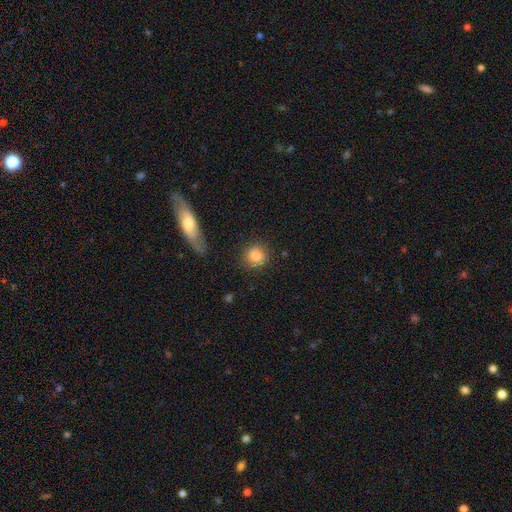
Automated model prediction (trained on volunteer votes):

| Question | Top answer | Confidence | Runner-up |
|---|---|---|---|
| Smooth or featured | smooth | 85% | star or artifact (9%) |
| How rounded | round | 81% | in between (17%) |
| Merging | none | 80% | minor disturbance (12%) |